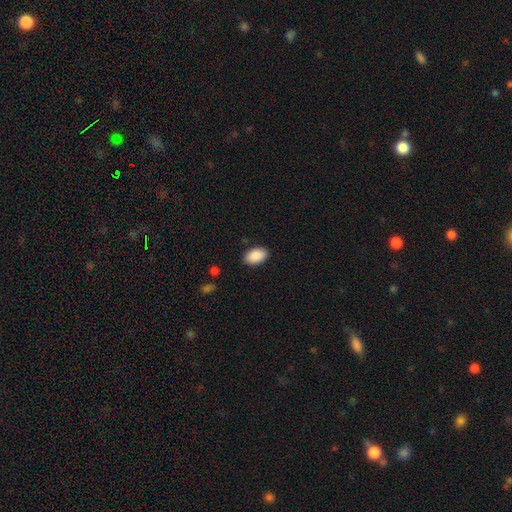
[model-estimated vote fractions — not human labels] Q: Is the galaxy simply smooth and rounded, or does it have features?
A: smooth — 91%.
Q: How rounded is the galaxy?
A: in between — 93%.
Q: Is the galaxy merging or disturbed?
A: none — 88%.